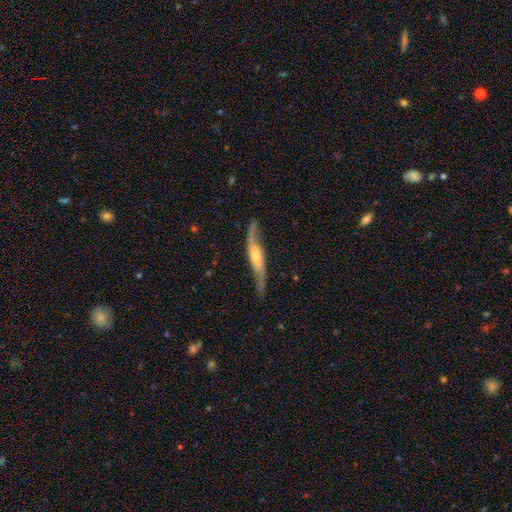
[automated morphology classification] This appears to be a featured or disk galaxy (76%) viewed edge-on (51%). Merging: none (73%).